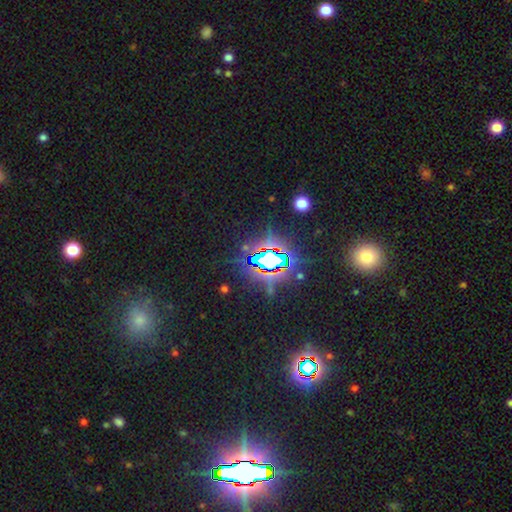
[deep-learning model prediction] smooth-or-featured: star or artifact: 81% | smooth: 10% | featured or disk: 9%